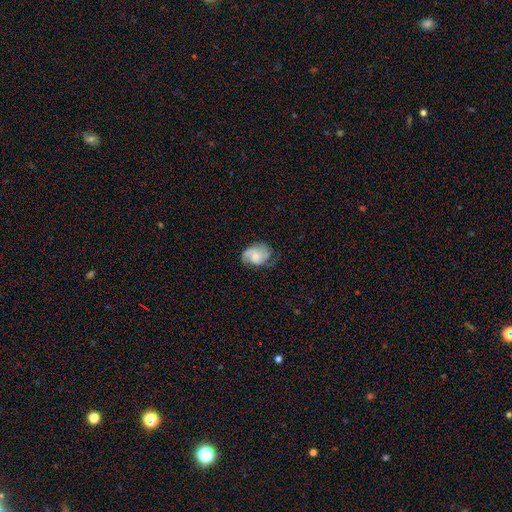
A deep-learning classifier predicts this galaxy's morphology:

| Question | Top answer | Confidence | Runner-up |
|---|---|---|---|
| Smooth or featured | featured or disk | 60% | smooth (32%) |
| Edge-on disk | no | 97% | yes (3%) |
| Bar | no | 72% | weak (24%) |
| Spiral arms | yes | 89% | no (11%) |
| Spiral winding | medium | 42% | tight (36%) |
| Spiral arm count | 2 | 40% | can't tell (23%) |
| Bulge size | small | 36% | tied: moderate (36%) |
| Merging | none | 50% | minor disturbance (29%) |